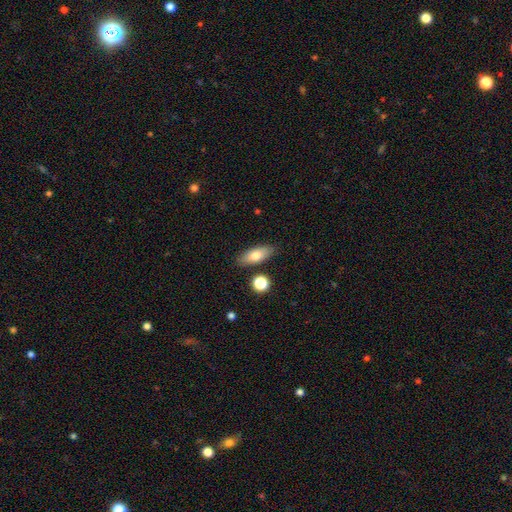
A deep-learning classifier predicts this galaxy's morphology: smooth 76%, featured or disk 16%, star or artifact 8%. Down the decision tree: how rounded — in between (74%); merging — none (84%).